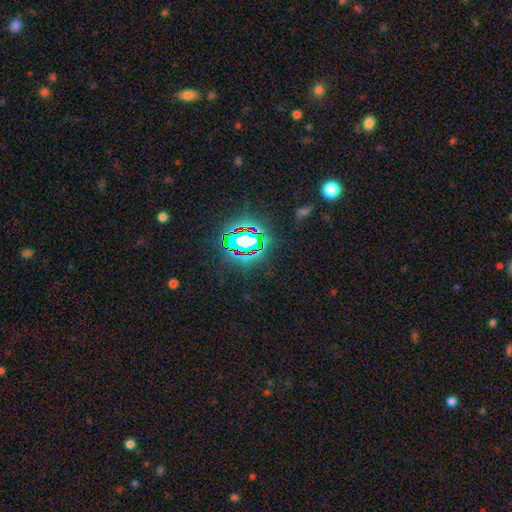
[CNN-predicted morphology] Smooth or featured? Predicted: star or artifact (p=0.79).